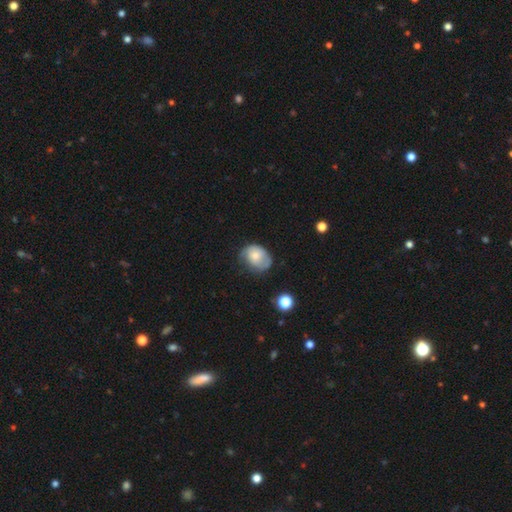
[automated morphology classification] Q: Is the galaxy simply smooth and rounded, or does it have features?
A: smooth — 63%.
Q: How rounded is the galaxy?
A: in between — 55%.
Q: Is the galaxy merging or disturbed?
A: none — 43%.